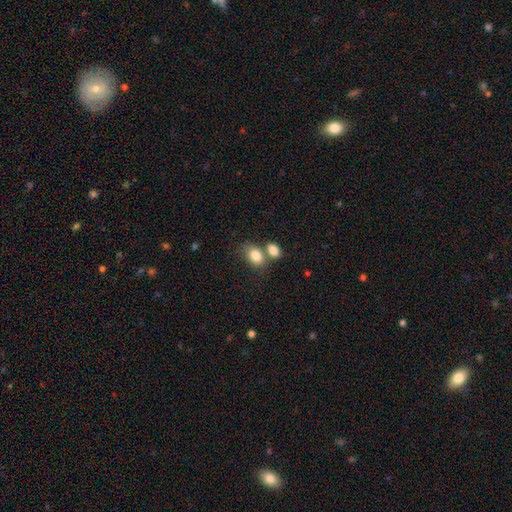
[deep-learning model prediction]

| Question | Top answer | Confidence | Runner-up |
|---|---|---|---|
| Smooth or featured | smooth | 83% | featured or disk (9%) |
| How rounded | in between | 80% | round (18%) |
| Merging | merger | 45% | none (39%) |